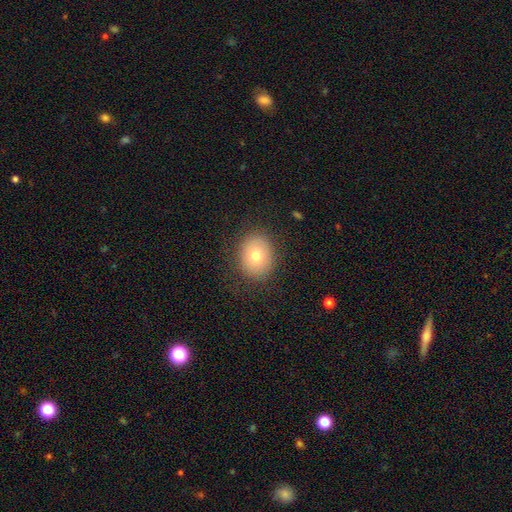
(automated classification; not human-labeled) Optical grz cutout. It shows a smooth galaxy with no disk features (76%) that is round (61%). Merging: none (86%).